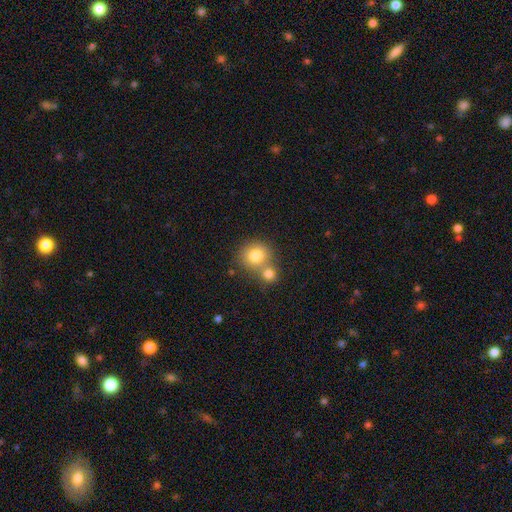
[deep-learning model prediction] Smooth or featured? Predicted: smooth (p=0.78). How rounded? Predicted: round (p=0.85). Merging? Predicted: none (p=0.46).